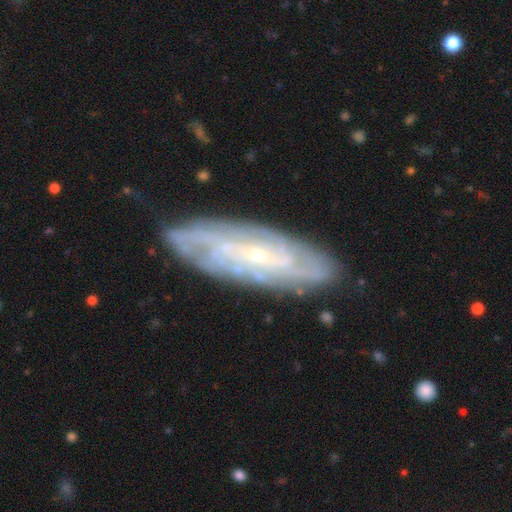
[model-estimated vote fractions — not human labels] This is clearly a featured or disk galaxy (81%). It is clearly not viewed edge-on (84%). Bar: possibly no (51%). Spiral arm pattern: clearly yes (92%). Spiral arm count: possibly can't tell (48%). Spiral winding: likely tight (66%). Central bulge: clearly small (81%). Merging: clearly none (83%).